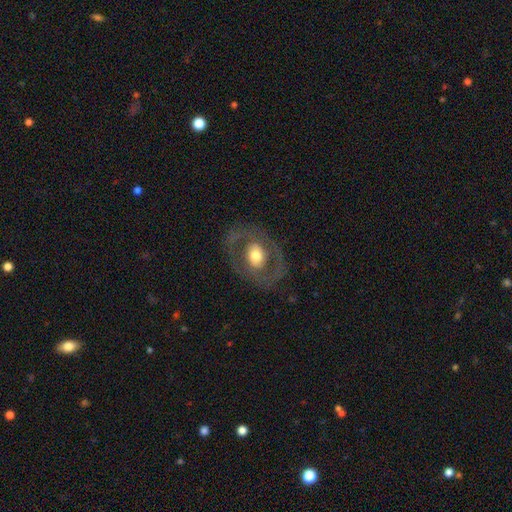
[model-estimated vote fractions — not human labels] The model was most divided on "spiral arms": no: 63%, yes: 37%. More confident: edge-on disk — no (94%); merging — none (77%); bar — no (65%); smooth or featured — featured or disk (60%); bulge size — moderate (59%).